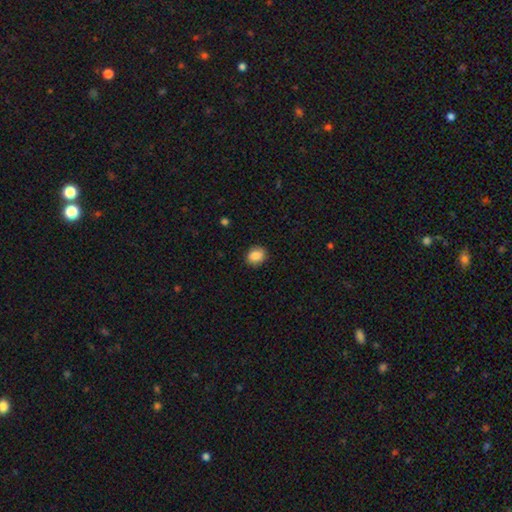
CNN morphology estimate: A smooth galaxy with no disk features (87%) that is round (55%).

Vote fractions:
- Smooth or featured? smooth: 87% / star or artifact: 8% / featured or disk: 5%
- How rounded? round: 55% / in between: 44% / cigar-shaped: 1%
- Merging? none: 87% / minor disturbance: 10% / major disturbance: 2% / merger: 1%